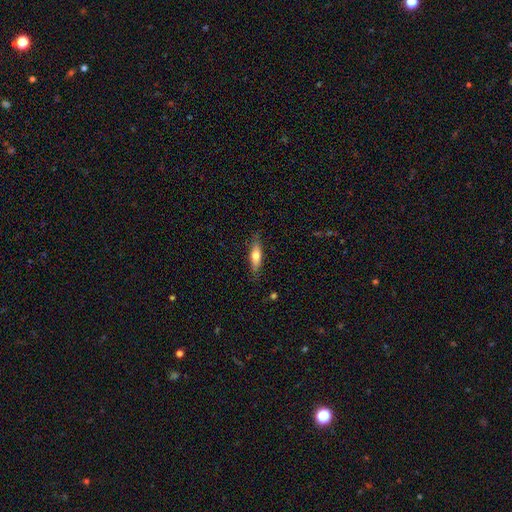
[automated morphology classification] This is likely a smooth galaxy (67%). How rounded: possibly cigar-shaped (57%). Merging: clearly none (82%).